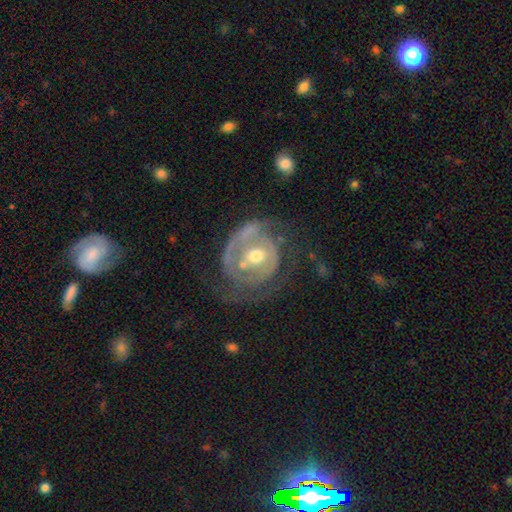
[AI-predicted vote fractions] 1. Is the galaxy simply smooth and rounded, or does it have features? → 72% featured or disk, 21% smooth, 7% star or artifact.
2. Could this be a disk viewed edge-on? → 97% no, 3% yes.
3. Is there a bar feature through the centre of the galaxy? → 75% no, 19% weak, 6% strong.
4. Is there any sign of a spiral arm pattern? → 52% yes, 48% no.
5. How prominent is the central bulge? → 67% moderate, 24% small, 6% large, 2% none, 1% dominant.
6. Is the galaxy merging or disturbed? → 39% none, 33% major disturbance, 21% minor disturbance, 6% merger.